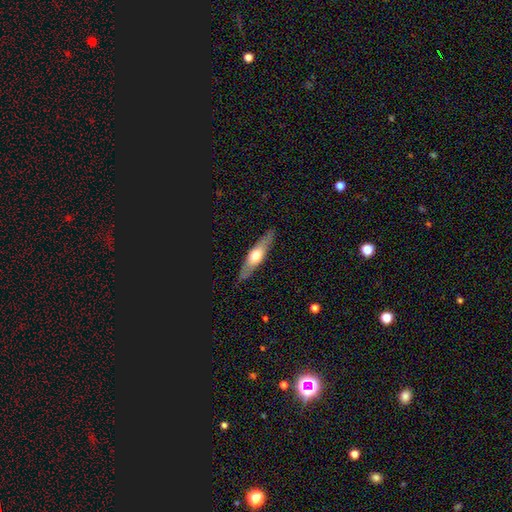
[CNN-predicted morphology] Smooth or featured? Predicted: featured or disk (p=0.50). Edge-on disk? Predicted: yes (p=0.77). Merging? Predicted: none (p=0.87).